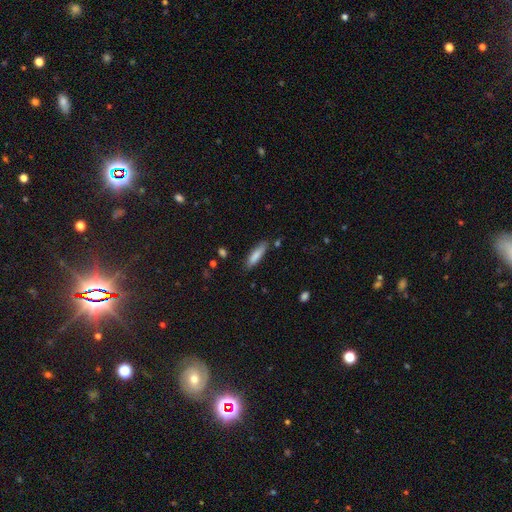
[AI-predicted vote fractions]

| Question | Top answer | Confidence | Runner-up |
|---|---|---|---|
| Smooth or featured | smooth | 82% | featured or disk (12%) |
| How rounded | cigar-shaped | 71% | in between (28%) |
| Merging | none | 80% | minor disturbance (14%) |